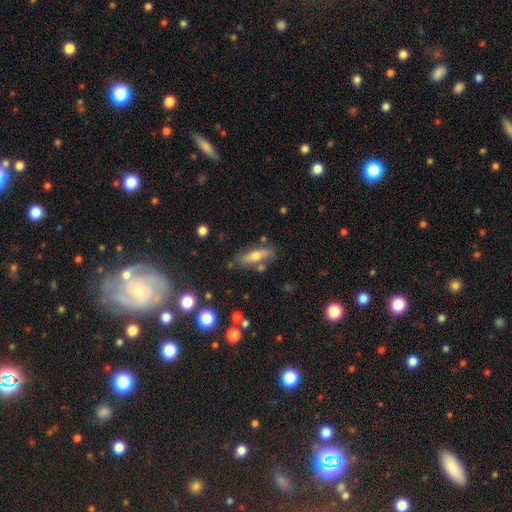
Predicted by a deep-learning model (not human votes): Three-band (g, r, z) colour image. It shows a smooth galaxy with no disk features (52%) that is cigar-shaped (54%). Merging: none (73%).